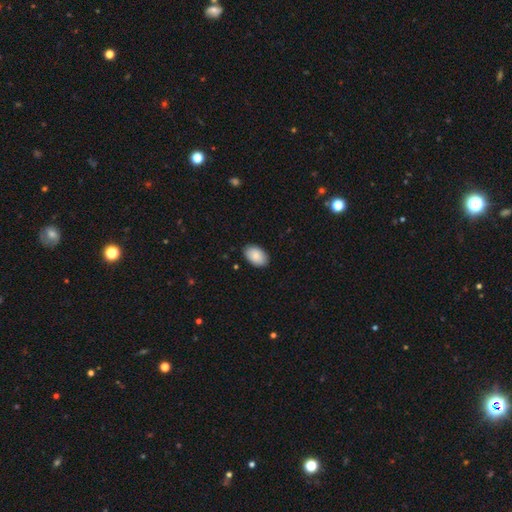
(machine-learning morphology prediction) smooth_or_featured: smooth (p=0.88) [alt: featured or disk p=0.06]
how_rounded: in between (p=0.93) [alt: round p=0.06]
merging: none (p=0.87) [alt: minor disturbance p=0.10]